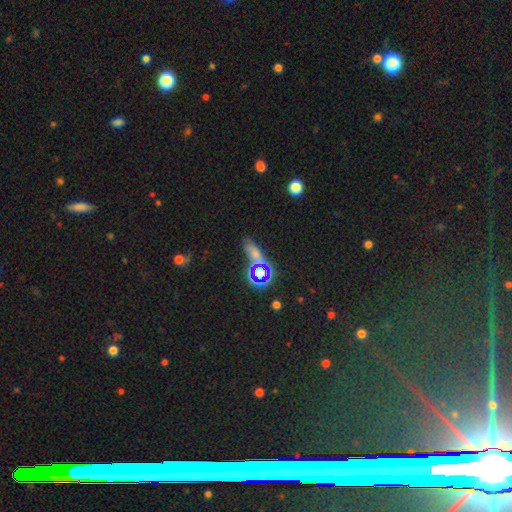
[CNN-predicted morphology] star or artifact 45%, smooth 41%, featured or disk 14%.